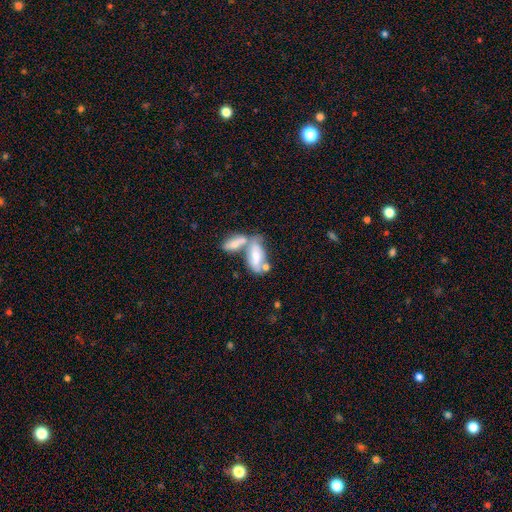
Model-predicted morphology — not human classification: smooth-or-featured: smooth: 56% | featured or disk: 38% | star or artifact: 7%
  how-rounded: in between: 83% | cigar-shaped: 14% | round: 3%
  merging: merger: 63% | none: 22% | minor disturbance: 10% | major disturbance: 6%